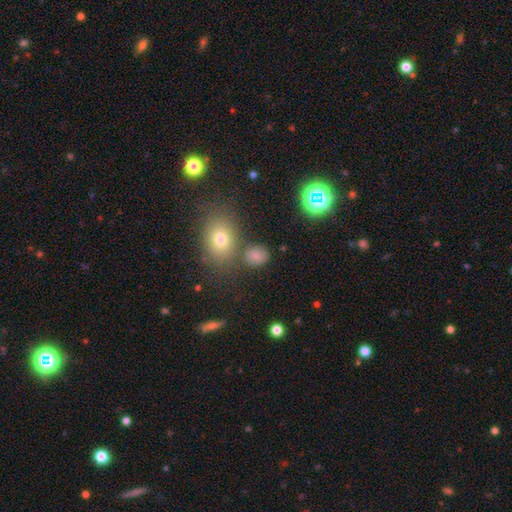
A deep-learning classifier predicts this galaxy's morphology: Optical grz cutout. It shows a smooth galaxy with no disk features (74%) that is round (62%). Merging: none (74%).